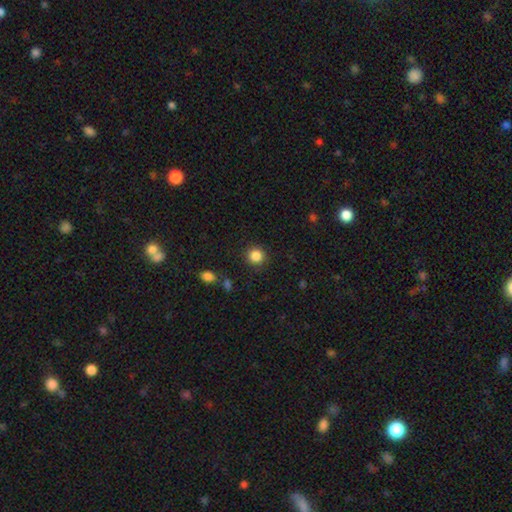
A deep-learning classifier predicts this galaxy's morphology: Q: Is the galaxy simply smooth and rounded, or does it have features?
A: smooth — 86%.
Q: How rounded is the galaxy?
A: round — 92%.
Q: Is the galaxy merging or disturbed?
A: none — 89%.